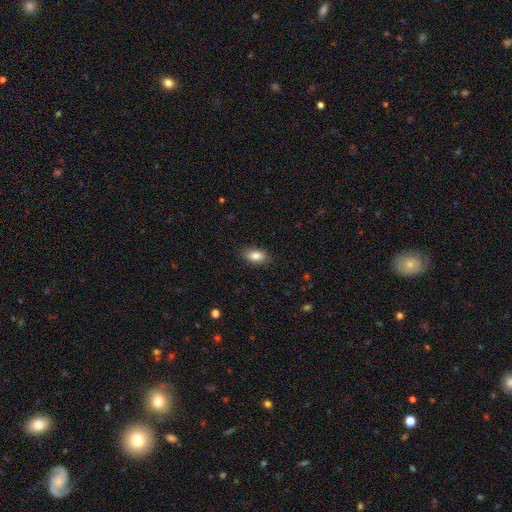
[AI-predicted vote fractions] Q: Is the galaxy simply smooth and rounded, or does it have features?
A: smooth — 86%.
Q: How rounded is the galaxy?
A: in between — 89%.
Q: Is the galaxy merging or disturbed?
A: none — 86%.